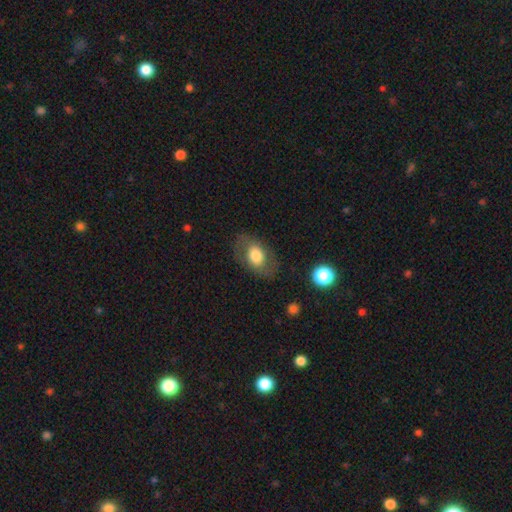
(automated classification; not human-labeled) Smooth or featured? Predicted: smooth (p=0.64). How rounded? Predicted: in between (p=0.82). Merging? Predicted: none (p=0.76).